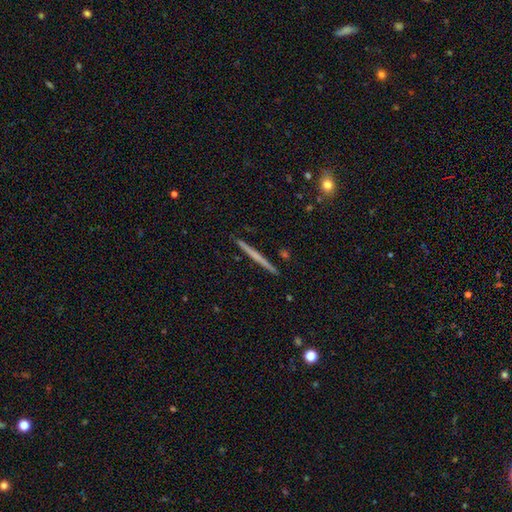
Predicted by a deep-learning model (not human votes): Morphology: type=featured or disk (54%); edge-on=yes (98%); edge-on bulge=none (86%); merging=none (93%).